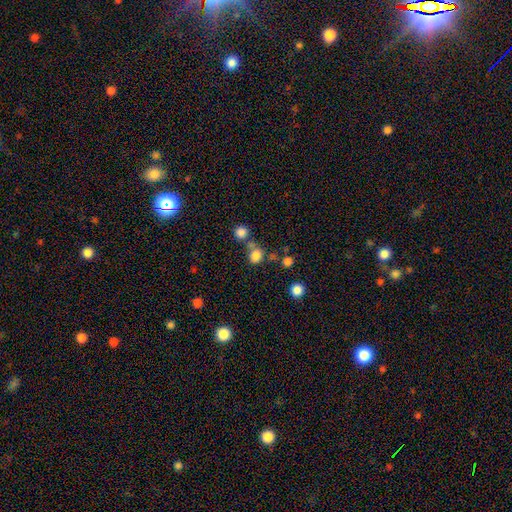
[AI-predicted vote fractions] smooth 79%, star or artifact 14%, featured or disk 7%. Down the decision tree: how rounded — round (62%); merging — none (51%).